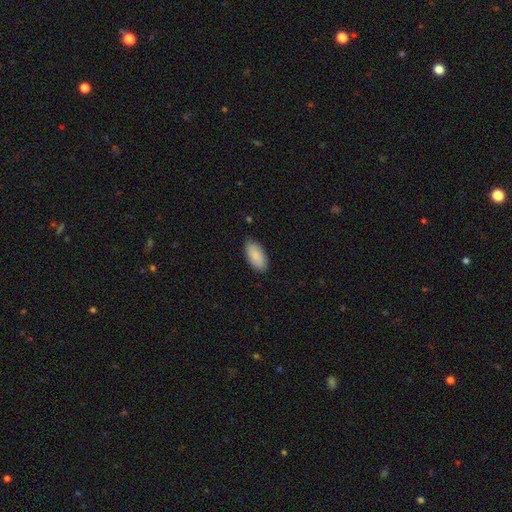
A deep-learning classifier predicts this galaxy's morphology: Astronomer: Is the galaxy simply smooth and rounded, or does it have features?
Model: smooth — 86%.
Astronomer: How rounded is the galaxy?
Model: in between — 93%.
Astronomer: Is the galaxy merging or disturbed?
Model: none — 82%.